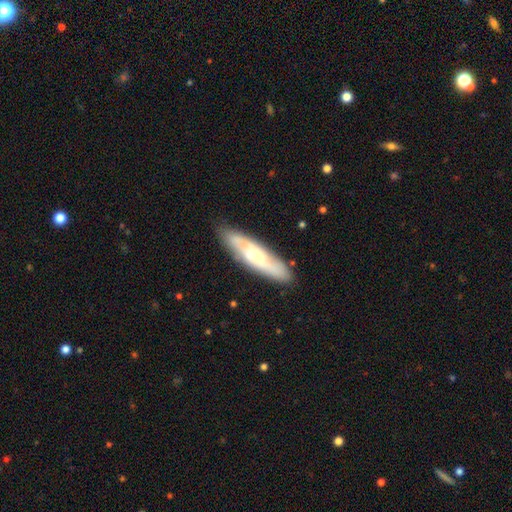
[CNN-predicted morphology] Smooth or featured?
  - featured or disk: 51% *
  - smooth: 43%
  - star or artifact: 6%
Edge-on disk?
  - no: 60% *
  - yes: 40%
Merging?
  - none: 80% *
  - minor disturbance: 14%
  - major disturbance: 3%
  - merger: 2%